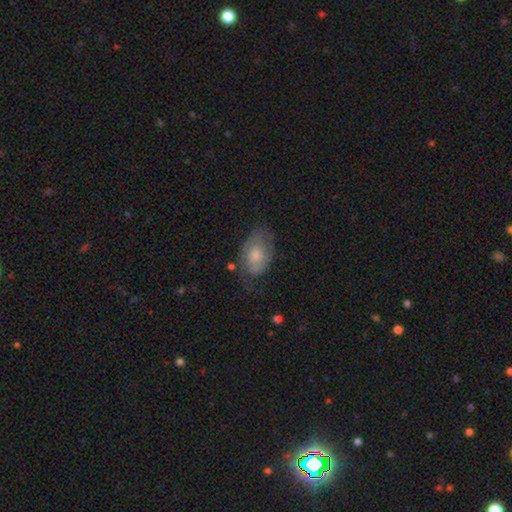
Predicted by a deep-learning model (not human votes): Q: Smooth or featured?
A: smooth (54%); runner-up: featured or disk (38%)
Q: How rounded?
A: in between (87%); runner-up: round (12%)
Q: Merging?
A: none (55%); runner-up: minor disturbance (28%)